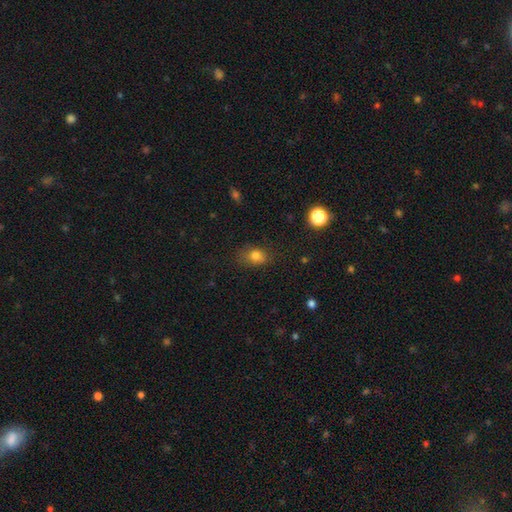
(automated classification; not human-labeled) Overall: smooth (79%). How rounded: in between (64%; round 35%). Merging: none (70%).